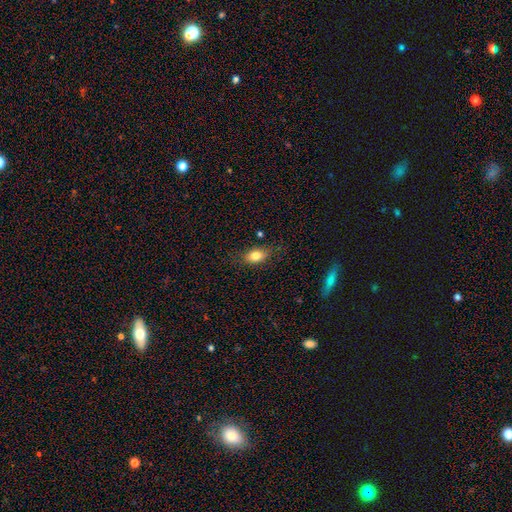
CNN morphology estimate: Overall: smooth (80%). How rounded: in between (82%). Merging: none (80%).